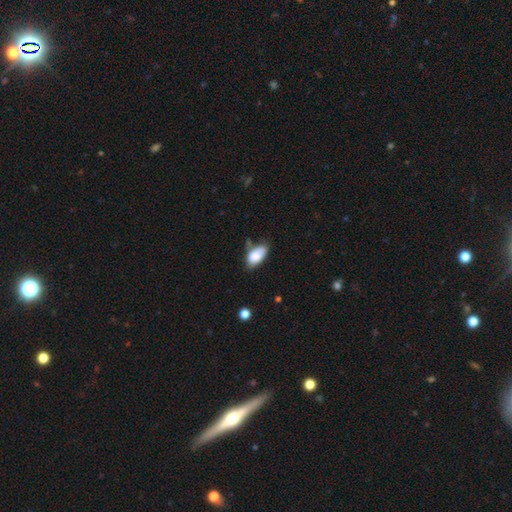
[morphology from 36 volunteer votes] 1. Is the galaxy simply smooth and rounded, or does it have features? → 89% smooth, 8% featured or disk, 3% star or artifact.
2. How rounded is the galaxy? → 91% in between, 9% round, 0% cigar-shaped.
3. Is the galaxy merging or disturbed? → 49% none, 31% minor disturbance, 14% major disturbance, 6% merger.